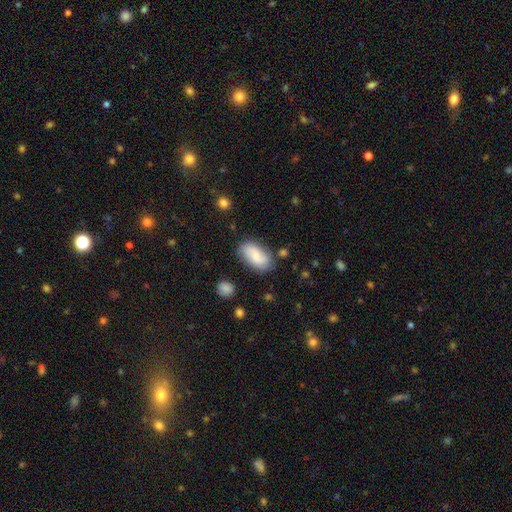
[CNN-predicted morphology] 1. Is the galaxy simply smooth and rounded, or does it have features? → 68% smooth, 25% featured or disk, 7% star or artifact.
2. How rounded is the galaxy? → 92% in between, 5% round, 3% cigar-shaped.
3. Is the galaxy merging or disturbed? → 72% none, 19% minor disturbance, 5% major disturbance, 4% merger.